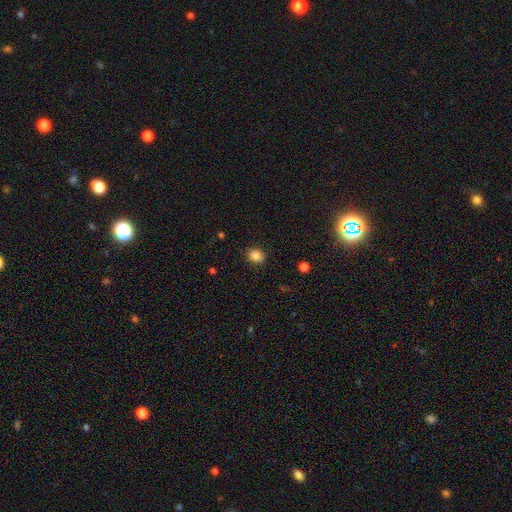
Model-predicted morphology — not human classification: Smooth or featured? Predicted: smooth (p=0.85). How rounded? Predicted: in between (p=0.55). Merging? Predicted: none (p=0.86).